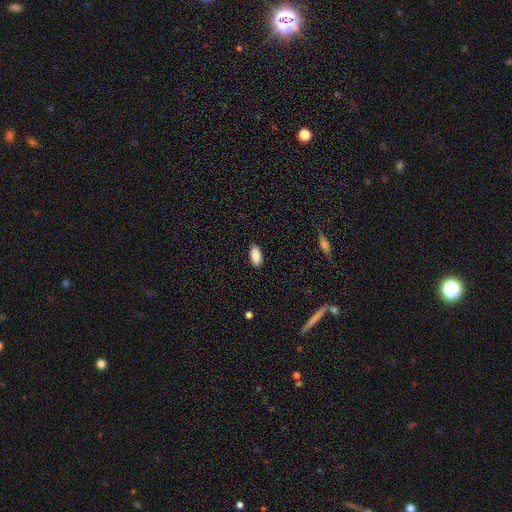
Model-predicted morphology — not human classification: Smooth or featured: smooth — 89% (star or artifact — 7%)
How rounded: in between — 93% (cigar-shaped — 5%)
Merging: none — 88% (minor disturbance — 9%)